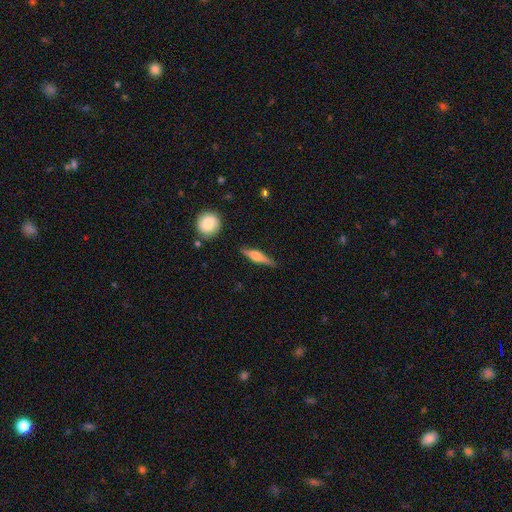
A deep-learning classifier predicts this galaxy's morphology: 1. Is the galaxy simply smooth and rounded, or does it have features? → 63% featured or disk, 31% smooth, 6% star or artifact.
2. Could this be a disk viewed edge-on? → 96% yes, 4% no.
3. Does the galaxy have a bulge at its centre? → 78% rounded, 18% boxy, 4% none.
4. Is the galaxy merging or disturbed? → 83% none, 12% minor disturbance, 3% major disturbance, 2% merger.